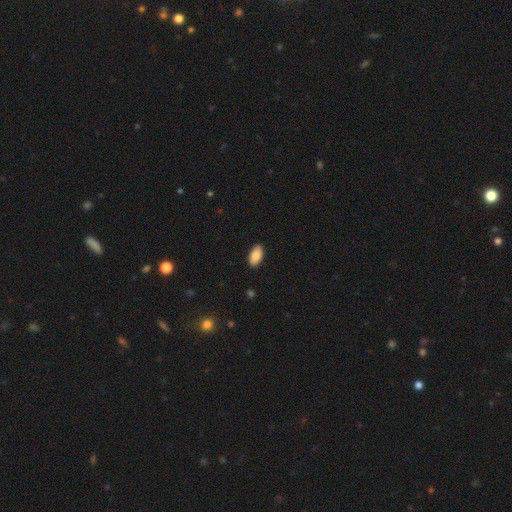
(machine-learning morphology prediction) Q: Smooth or featured?
A: smooth (87%); runner-up: featured or disk (7%)
Q: How rounded?
A: in between (94%); runner-up: cigar-shaped (4%)
Q: Merging?
A: none (89%); runner-up: minor disturbance (8%)